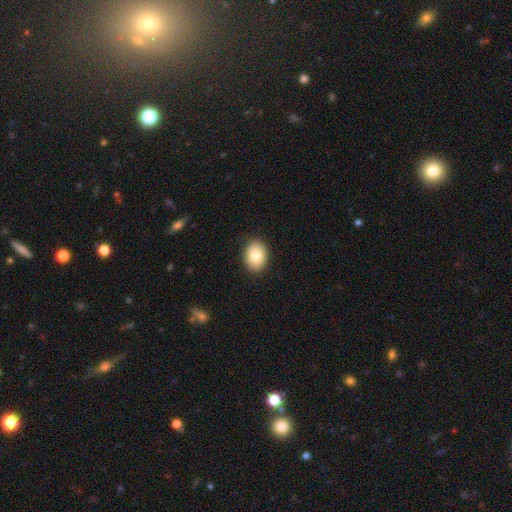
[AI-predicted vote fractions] Overall: smooth (83%). How rounded: in between (72%). Merging: none (89%).